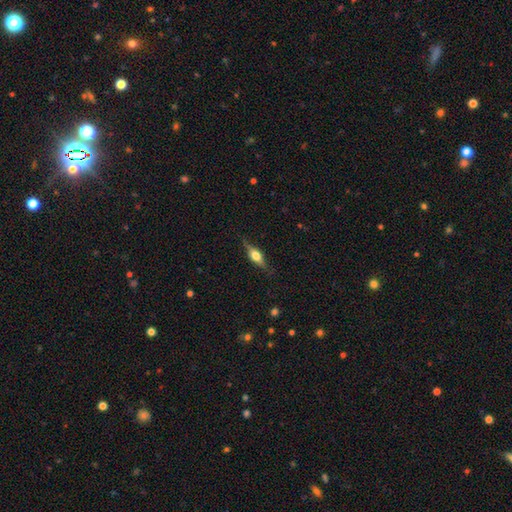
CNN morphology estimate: Smooth or featured: featured or disk — 60% (smooth — 33%)
Edge-on disk: yes — 94% (no — 6%)
Edge-on bulge: rounded — 90% (boxy — 8%)
Merging: none — 80% (minor disturbance — 15%)